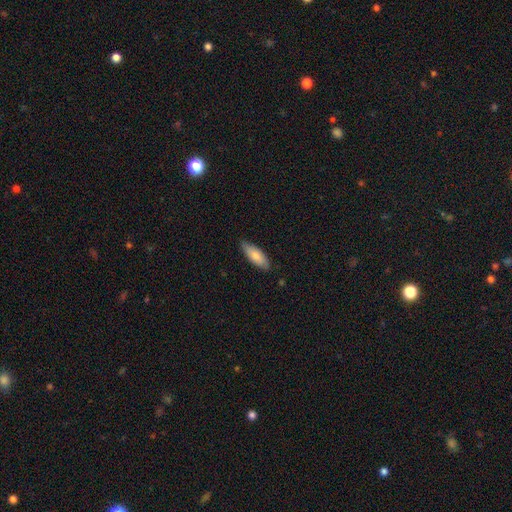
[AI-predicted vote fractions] Smooth or featured? Predicted: smooth (p=0.76). How rounded? Predicted: in between (p=0.67). Merging? Predicted: none (p=0.80).